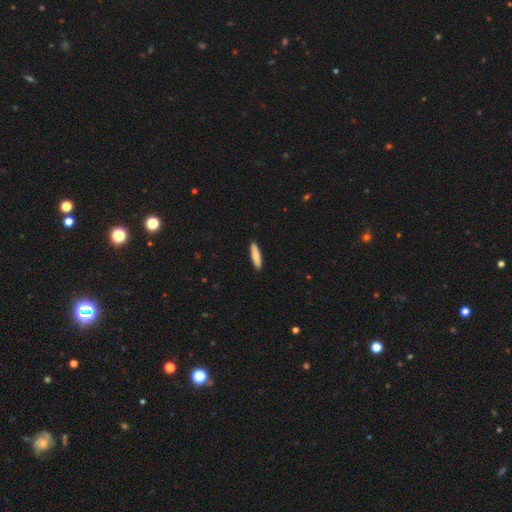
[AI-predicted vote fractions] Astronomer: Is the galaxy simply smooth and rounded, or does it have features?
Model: smooth — 80%.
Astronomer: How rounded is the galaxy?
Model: cigar-shaped — 81%.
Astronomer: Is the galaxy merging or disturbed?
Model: none — 91%.